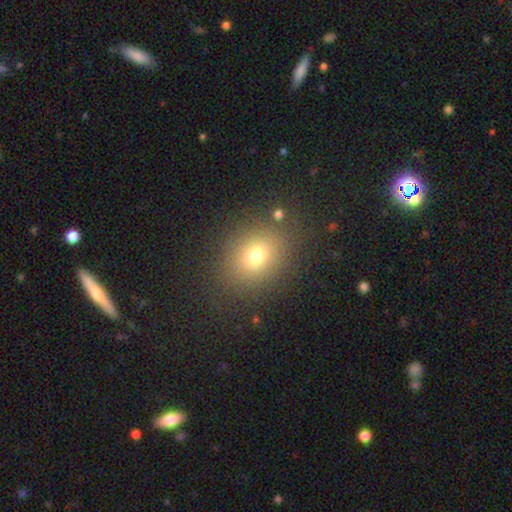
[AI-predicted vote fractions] This is likely a smooth galaxy (73%). How rounded: possibly in between (49%, tied with round). Merging: clearly none (83%).